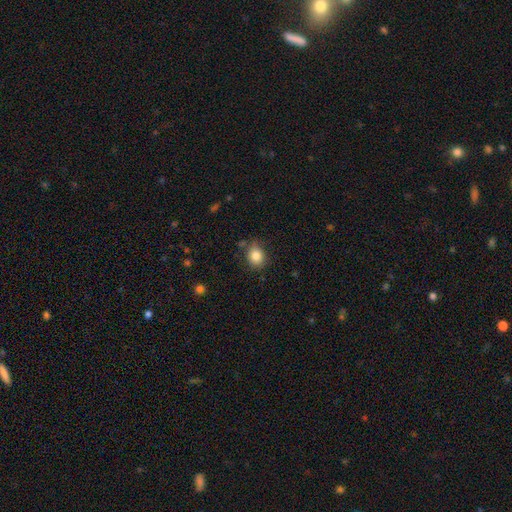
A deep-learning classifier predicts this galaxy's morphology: Q: Smooth or featured?
A: smooth (83%); runner-up: star or artifact (10%)
Q: How rounded?
A: round (62%); runner-up: in between (38%)
Q: Merging?
A: none (76%); runner-up: minor disturbance (16%)